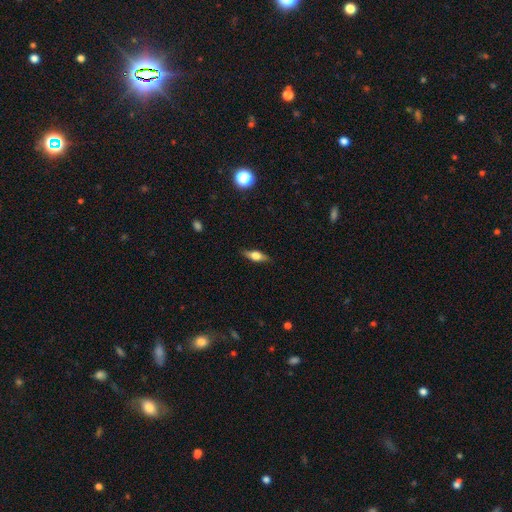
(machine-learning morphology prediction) A smooth galaxy with no disk features (48%). Merging: none (85%).